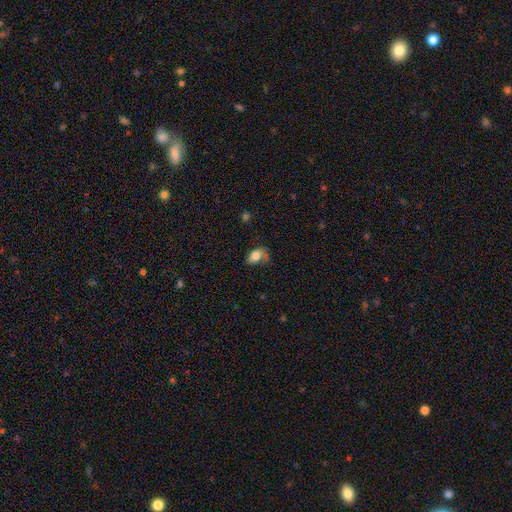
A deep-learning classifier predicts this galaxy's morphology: The model was most divided on "merging": none: 41%, minor disturbance: 31%, major disturbance: 22%, merger: 6%. More confident: how rounded — in between (85%); smooth or featured — smooth (71%).